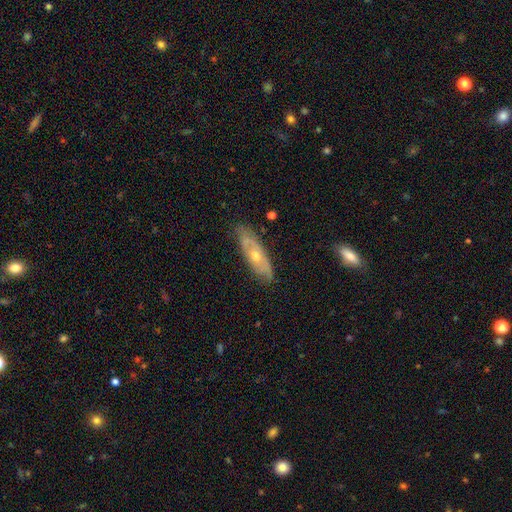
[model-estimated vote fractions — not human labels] Morphology: type=featured or disk (63%); edge-on=no (71%); merging=none (77%).